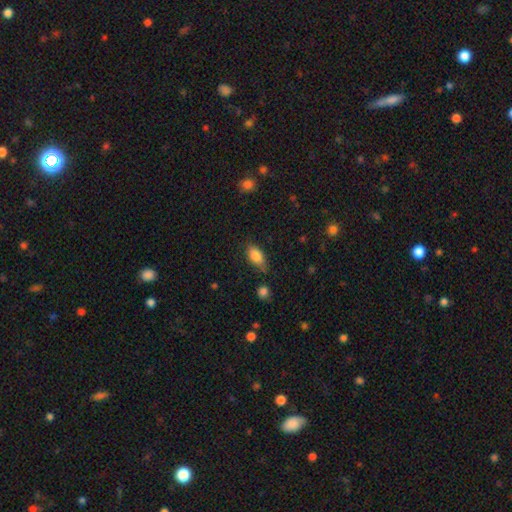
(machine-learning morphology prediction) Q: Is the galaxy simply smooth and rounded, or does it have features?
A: smooth — 83%.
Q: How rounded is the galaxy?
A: in between — 88%.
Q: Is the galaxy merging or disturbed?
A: none — 62%.